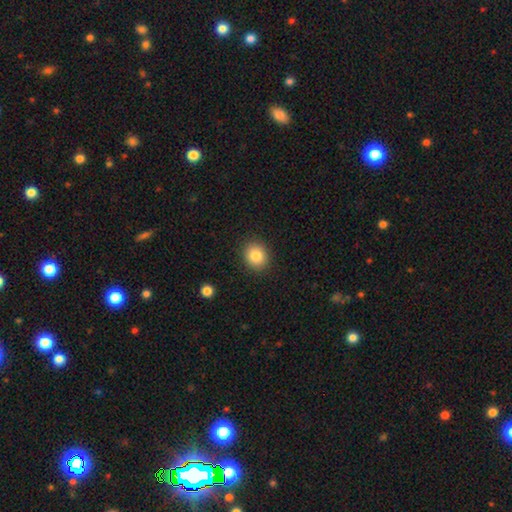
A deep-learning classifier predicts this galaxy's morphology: A smooth galaxy with no disk features (84%) that is round (71%). Merging: none (90%).